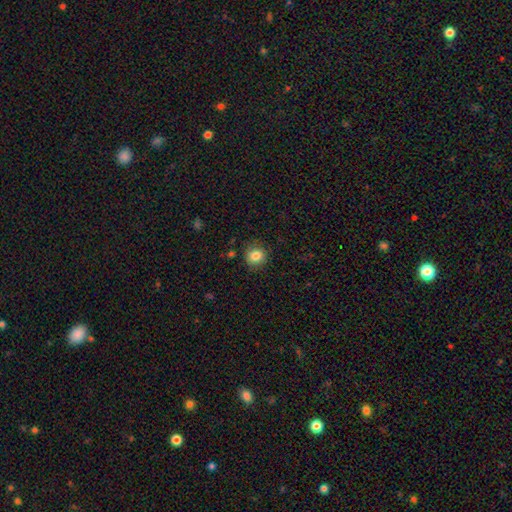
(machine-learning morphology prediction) A smooth galaxy with no disk features (84%) that is round (87%).

Vote fractions:
- Smooth or featured? smooth: 84% / star or artifact: 10% / featured or disk: 6%
- How rounded? round: 87% / in between: 12% / cigar-shaped: 1%
- Merging? none: 85% / minor disturbance: 10% / major disturbance: 3% / merger: 1%